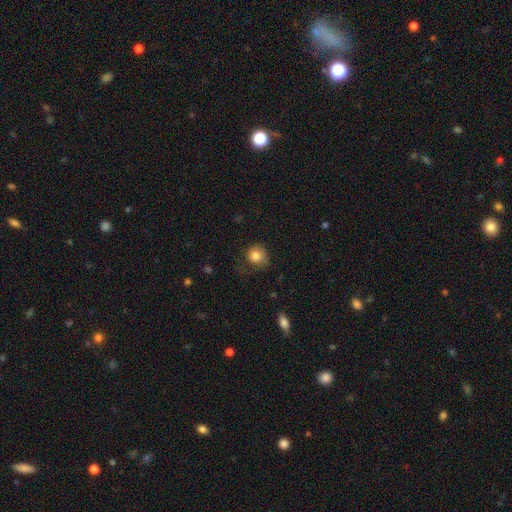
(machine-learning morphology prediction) Smooth or featured?
  - smooth: 82% *
  - star or artifact: 10%
  - featured or disk: 9%
How rounded?
  - round: 85% *
  - in between: 14%
  - cigar-shaped: 1%
Merging?
  - none: 59% *
  - minor disturbance: 25%
  - major disturbance: 15%
  - merger: 1%